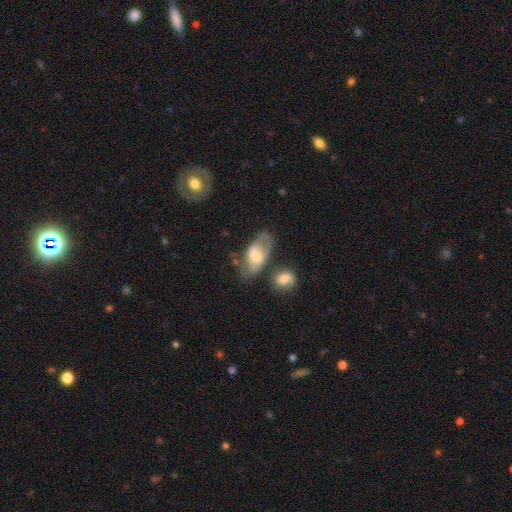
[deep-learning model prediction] This appears to be a smooth galaxy with no disk features (49%). Merging: none (42%).